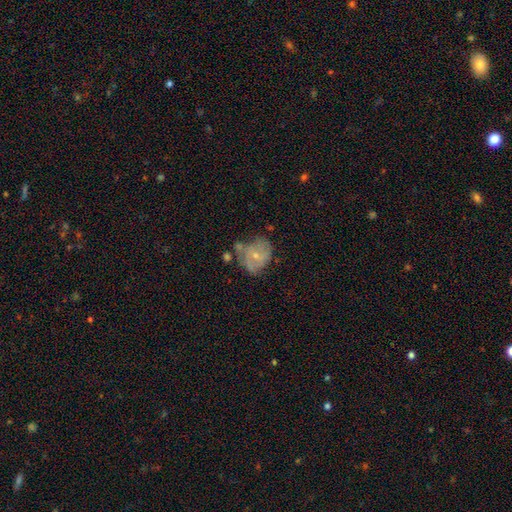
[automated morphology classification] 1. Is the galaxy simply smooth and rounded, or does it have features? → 46% smooth, 45% featured or disk, 8% star or artifact.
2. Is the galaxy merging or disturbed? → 41% none, 30% minor disturbance, 17% major disturbance, 12% merger.